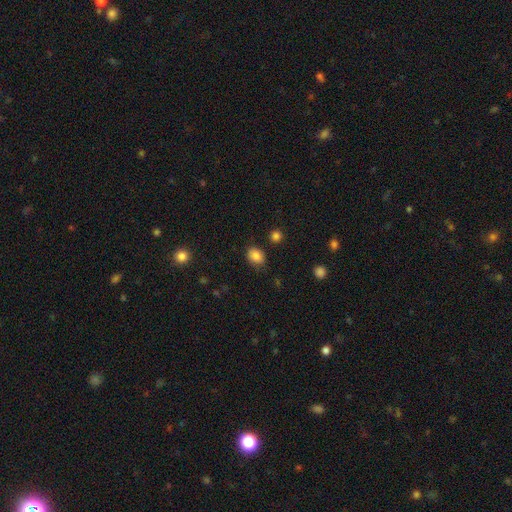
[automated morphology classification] smooth_or_featured: smooth (p=0.85) [alt: star or artifact p=0.10]
how_rounded: in between (p=0.56) [alt: round p=0.43]
merging: none (p=0.79) [alt: minor disturbance p=0.15]